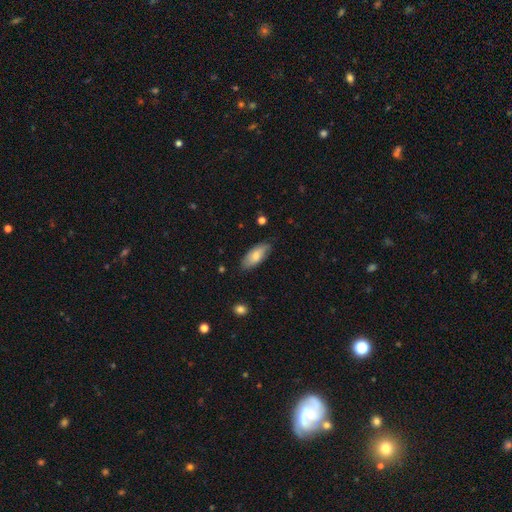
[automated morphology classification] Overall: smooth (75%). How rounded: in between (82%). Merging: none (80%).